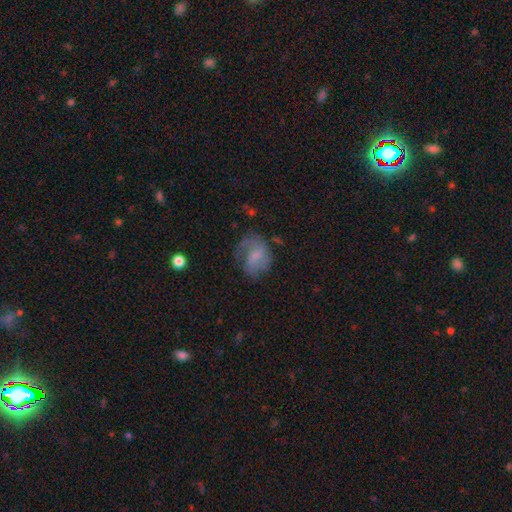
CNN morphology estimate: Smooth or featured? featured or disk (51%)
Edge-on disk? no (97%)
Merging? none (44%)